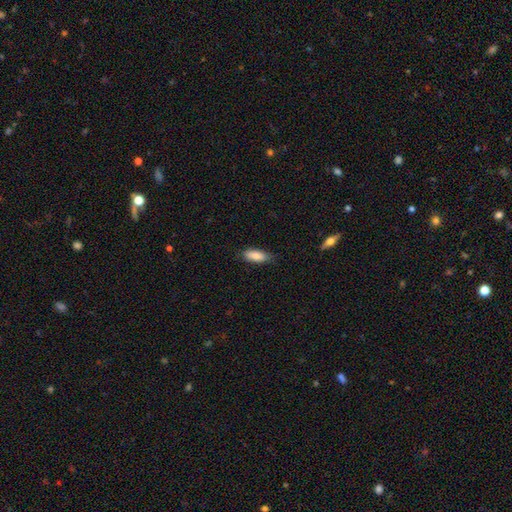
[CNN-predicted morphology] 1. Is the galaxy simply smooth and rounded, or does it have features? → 86% smooth, 7% featured or disk, 6% star or artifact.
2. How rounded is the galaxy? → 75% in between, 23% cigar-shaped, 2% round.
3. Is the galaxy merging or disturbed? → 78% none, 18% minor disturbance, 3% major disturbance, 1% merger.